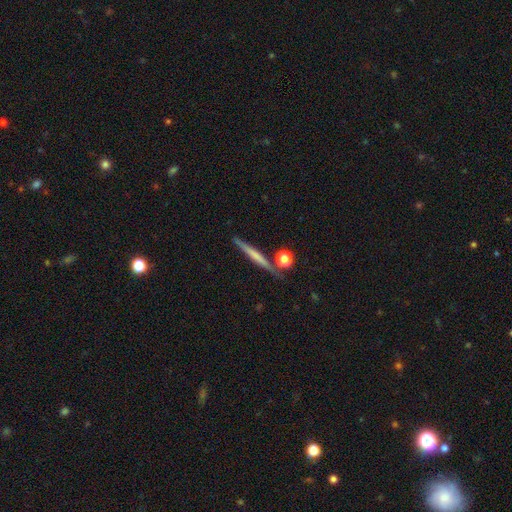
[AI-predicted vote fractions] This appears to be a smooth galaxy with no disk features (49%). Merging: none (80%).